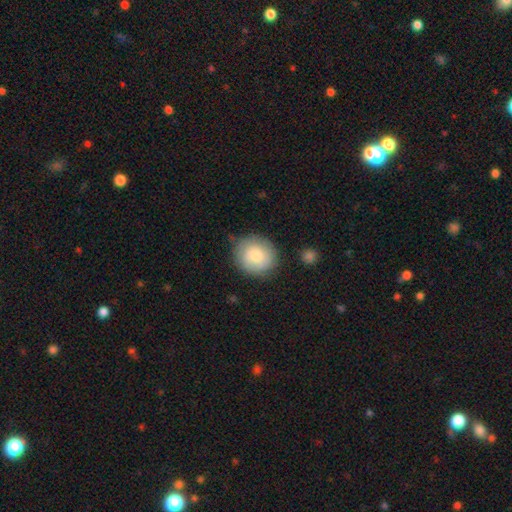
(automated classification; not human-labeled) This is likely a smooth galaxy (70%). How rounded: clearly round (87%). Merging: likely none (78%).